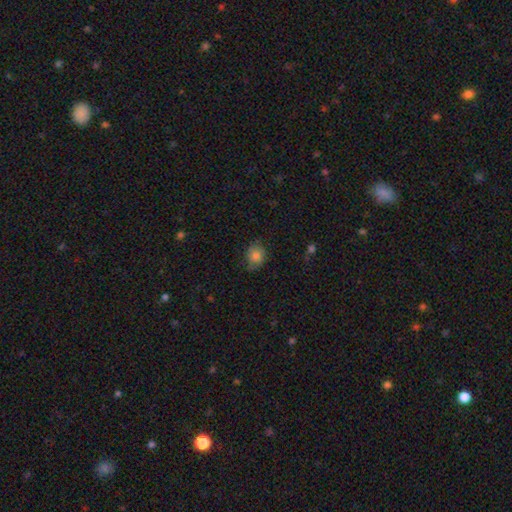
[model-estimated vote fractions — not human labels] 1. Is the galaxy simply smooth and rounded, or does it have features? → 82% smooth, 10% star or artifact, 8% featured or disk.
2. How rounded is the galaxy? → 62% round, 37% in between, 1% cigar-shaped.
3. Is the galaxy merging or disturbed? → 70% none, 23% minor disturbance, 5% major disturbance, 1% merger.